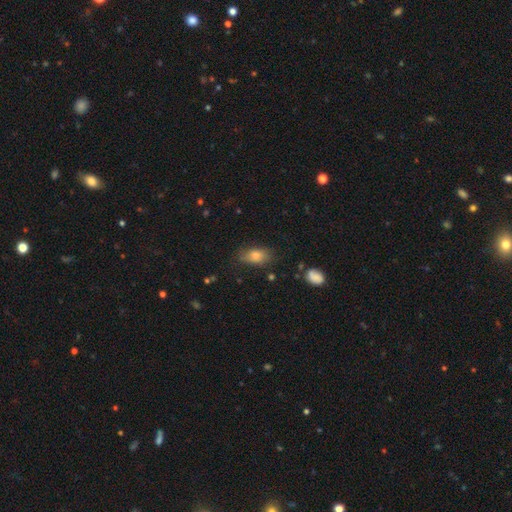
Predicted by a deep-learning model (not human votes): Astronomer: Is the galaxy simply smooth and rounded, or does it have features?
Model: smooth — 80%.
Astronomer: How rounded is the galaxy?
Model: in between — 88%.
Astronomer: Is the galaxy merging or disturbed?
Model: none — 67%.